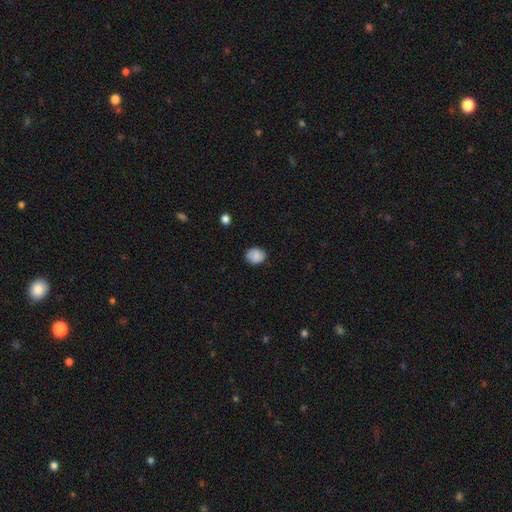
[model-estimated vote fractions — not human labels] A smooth galaxy with no disk features (81%) that is round (62%).

Vote fractions:
- Smooth or featured? smooth: 81% / featured or disk: 10% / star or artifact: 9%
- How rounded? round: 62% / in between: 37% / cigar-shaped: 1%
- Merging? none: 76% / minor disturbance: 18% / major disturbance: 4% / merger: 2%